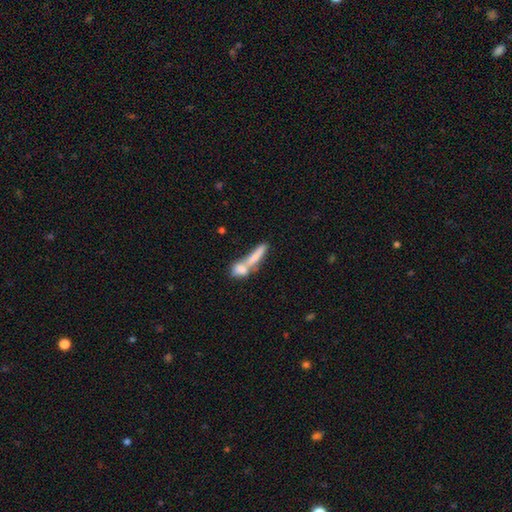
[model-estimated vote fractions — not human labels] A smooth galaxy with no disk features (66%) that is cigar-shaped (67%).

Vote fractions:
- Smooth or featured? smooth: 66% / featured or disk: 26% / star or artifact: 8%
- How rounded? cigar-shaped: 67% / in between: 28% / round: 5%
- Merging? merger: 62% / none: 24% / minor disturbance: 8% / major disturbance: 6%